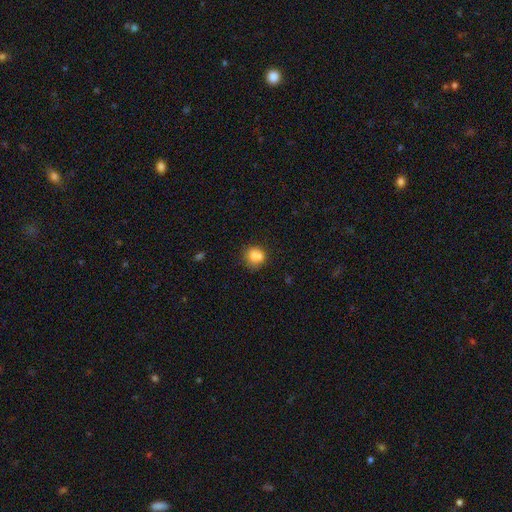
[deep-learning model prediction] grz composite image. It shows a smooth galaxy with no disk features (76%) that is round (76%). Merging: none (49%).